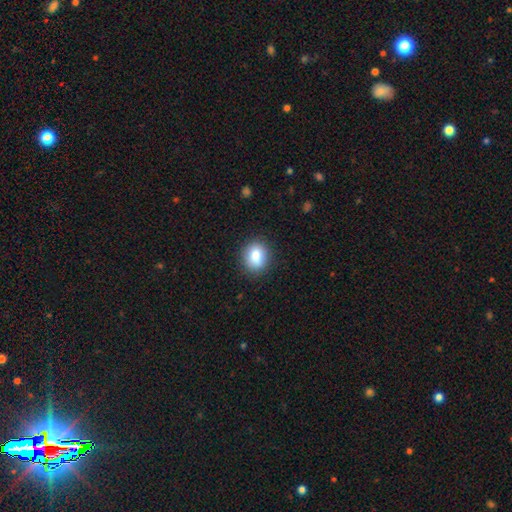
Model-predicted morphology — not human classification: Overall: smooth (83%). How rounded: round (62%; in between 37%). Merging: none (86%).